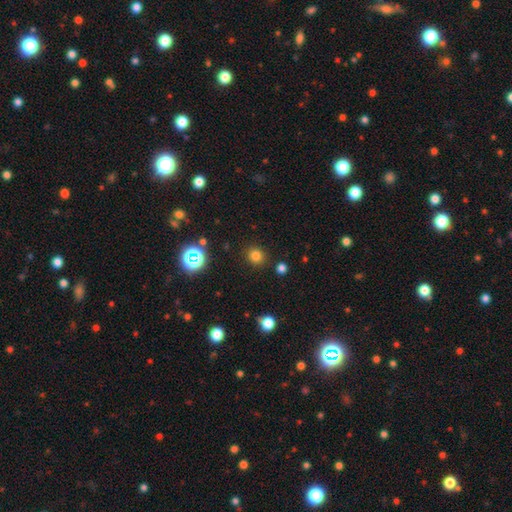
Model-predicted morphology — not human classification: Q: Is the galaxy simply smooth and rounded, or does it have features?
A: smooth — 77%.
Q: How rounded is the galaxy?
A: round — 88%.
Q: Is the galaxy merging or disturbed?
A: none — 88%.